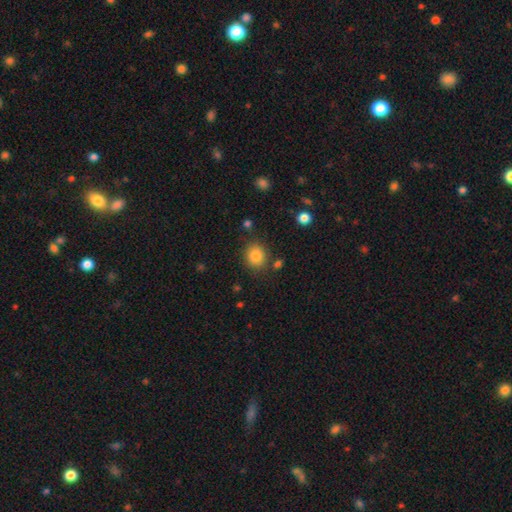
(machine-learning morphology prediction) The model was most divided on "how rounded": round: 71%, in between: 28%, cigar-shaped: 1%. More confident: smooth or featured — smooth (84%); merging — none (82%).